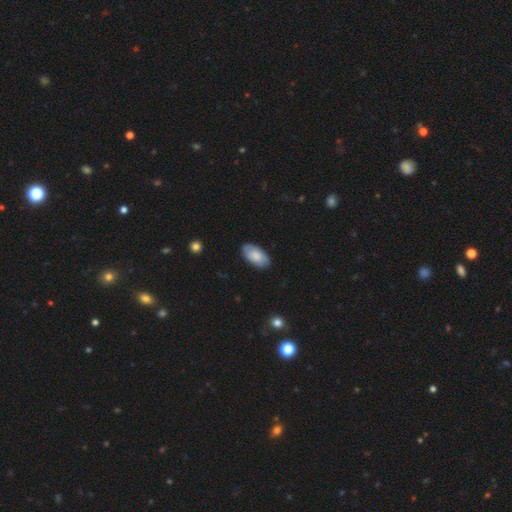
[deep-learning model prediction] Overall: smooth (78%). How rounded: in between (95%). Merging: none (83%).